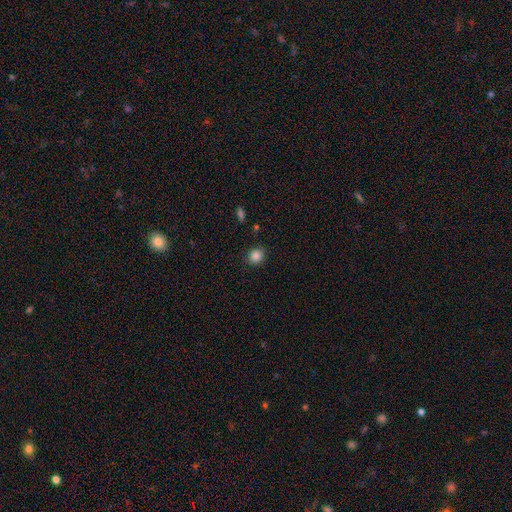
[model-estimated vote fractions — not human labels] smooth_or_featured: smooth (p=0.85) [alt: star or artifact p=0.11]
how_rounded: round (p=0.77) [alt: in between p=0.22]
merging: none (p=0.87) [alt: minor disturbance p=0.09]